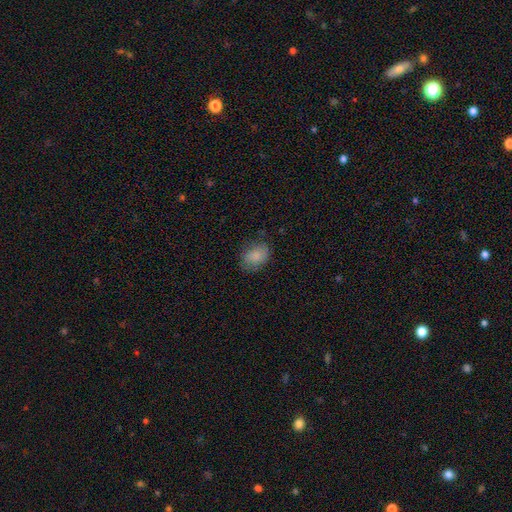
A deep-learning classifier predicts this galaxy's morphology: Smooth or featured?
  - smooth: 83% *
  - featured or disk: 9%
  - star or artifact: 8%
How rounded?
  - in between: 64% *
  - round: 34%
  - cigar-shaped: 1%
Merging?
  - none: 73% *
  - minor disturbance: 20%
  - major disturbance: 6%
  - merger: 1%